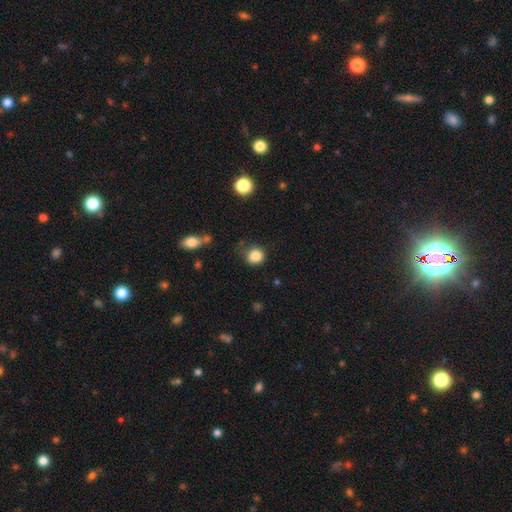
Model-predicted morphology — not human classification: Smooth or featured?
  - smooth: 85% *
  - star or artifact: 11%
  - featured or disk: 5%
How rounded?
  - round: 81% *
  - in between: 18%
  - cigar-shaped: 1%
Merging?
  - none: 68% *
  - minor disturbance: 22%
  - major disturbance: 7%
  - merger: 4%